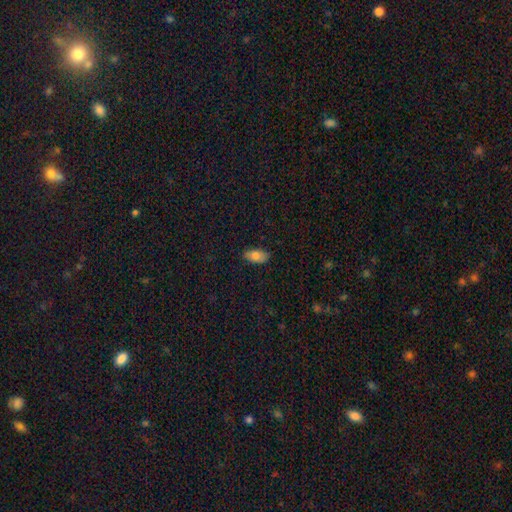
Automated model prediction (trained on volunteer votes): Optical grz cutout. It shows a smooth galaxy with no disk features (78%) that is in between round and cigar-shaped (92%). Merging: none (84%).